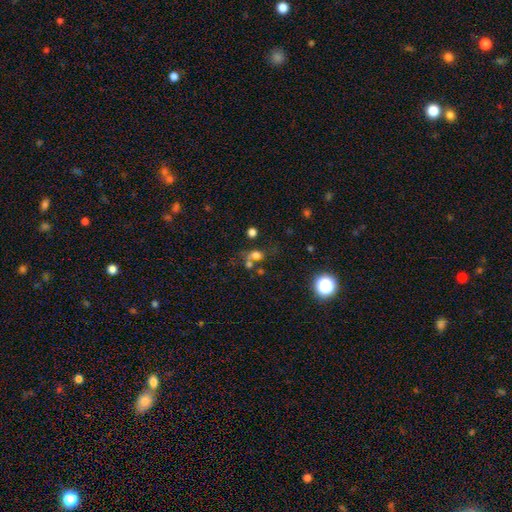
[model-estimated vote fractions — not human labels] Smooth or featured? smooth (62%)
How rounded? round (55%)
Merging? none (39%)